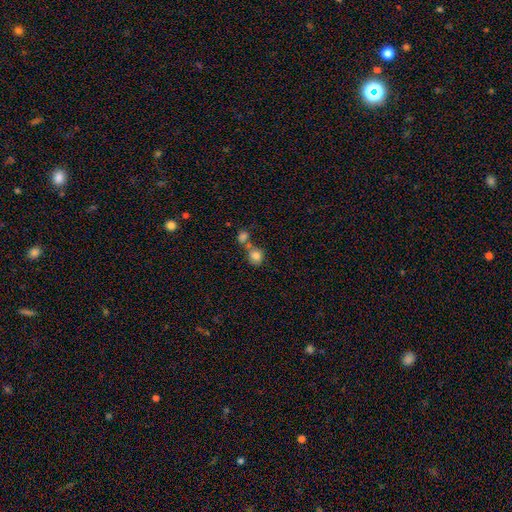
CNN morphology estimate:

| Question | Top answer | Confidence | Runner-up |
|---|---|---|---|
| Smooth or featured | smooth | 82% | star or artifact (10%) |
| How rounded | round | 80% | in between (19%) |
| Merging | merger | 45% | none (40%) |